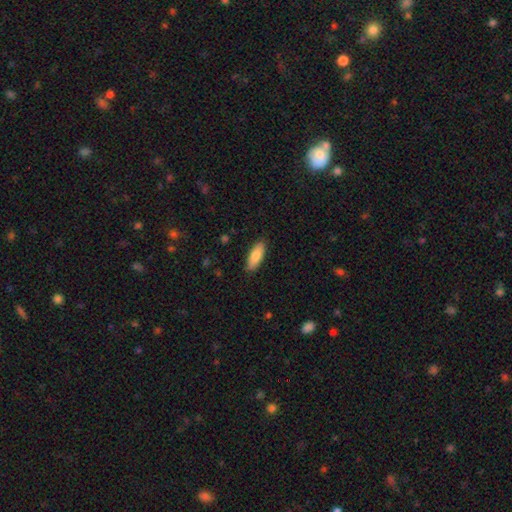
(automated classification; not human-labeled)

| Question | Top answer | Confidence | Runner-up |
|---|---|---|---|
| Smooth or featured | smooth | 82% | featured or disk (12%) |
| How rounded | in between | 71% | cigar-shaped (27%) |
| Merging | none | 88% | minor disturbance (9%) |